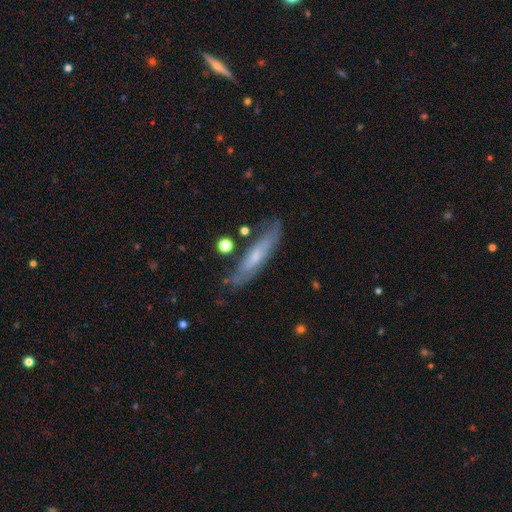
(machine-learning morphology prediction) featured or disk 53%, smooth 40%, star or artifact 7%. Down the decision tree: edge-on disk — yes (53%); merging — none (71%).